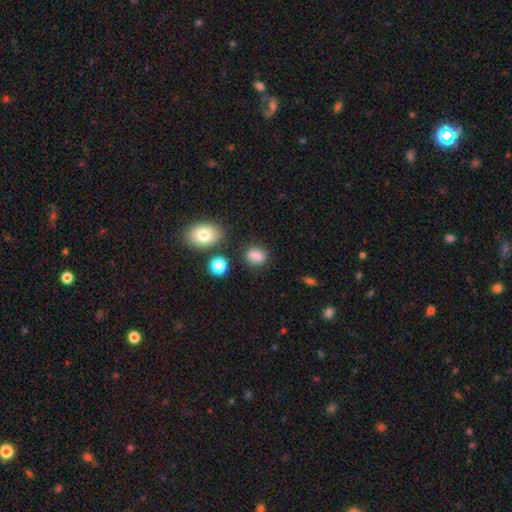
A smooth galaxy with no disk features (85%) that is round (55%).

Vote fractions:
- Smooth or featured? smooth: 85% / featured or disk: 8% / star or artifact: 8%
- How rounded? round: 55% / in between: 45% / cigar-shaped: 0%
- Merging? none: 86% / major disturbance: 6% / merger: 6% / minor disturbance: 3%